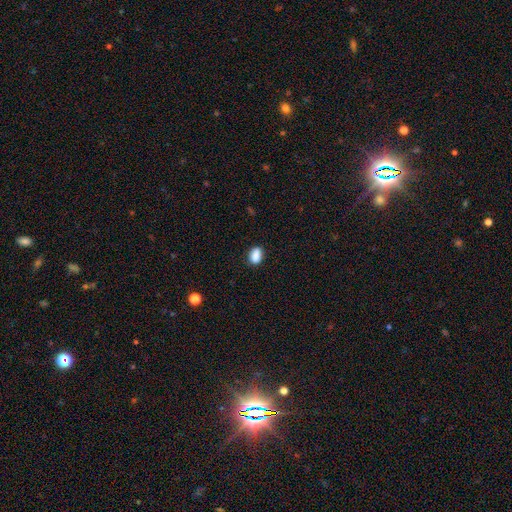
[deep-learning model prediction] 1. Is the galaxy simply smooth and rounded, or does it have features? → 88% smooth, 9% star or artifact, 4% featured or disk.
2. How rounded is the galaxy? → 80% in between, 18% round, 2% cigar-shaped.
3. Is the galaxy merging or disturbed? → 81% none, 14% minor disturbance, 3% major disturbance, 2% merger.